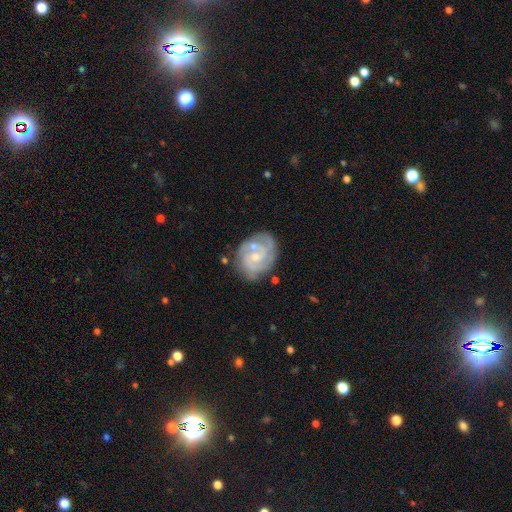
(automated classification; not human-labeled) smooth-or-featured: featured or disk: 78% | smooth: 17% | star or artifact: 5%
  disk-edge-on: no: 98% | yes: 2%
    bar: no: 63% | weak: 33% | strong: 5%
    has-spiral-arms: yes: 91% | no: 9%
      spiral-winding: tight: 55% | medium: 36% | loose: 9%
      spiral-arm-count: 2: 31% | 3: 28% | can't tell: 27% | 4: 7% | 1: 4% | more than 4: 3%
    bulge-size: small: 59% | moderate: 34% | none: 5% | large: 2% | dominant: 1%
  merging: none: 68% | minor disturbance: 20% | major disturbance: 7% | merger: 5%